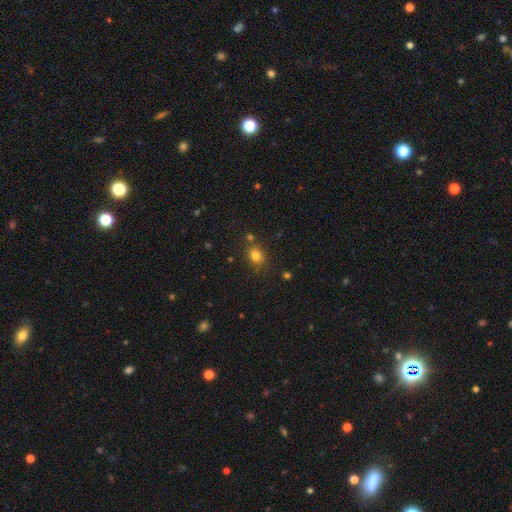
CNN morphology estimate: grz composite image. It shows a smooth galaxy with no disk features (79%) that is round (63%). Merging: none (77%).